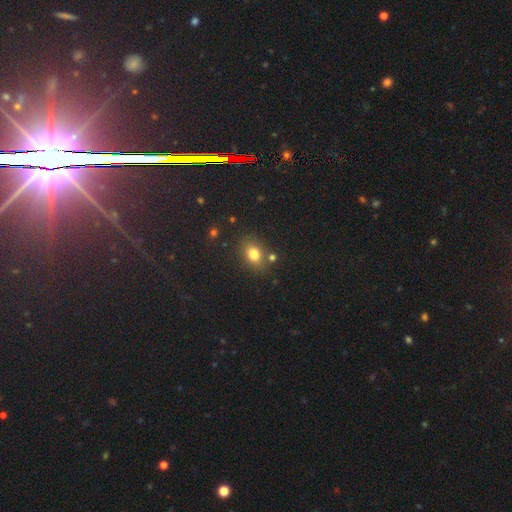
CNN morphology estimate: The model was most divided on "how rounded": in between: 61%, round: 37%, cigar-shaped: 2%. More confident: merging — none (76%); smooth or featured — smooth (75%).